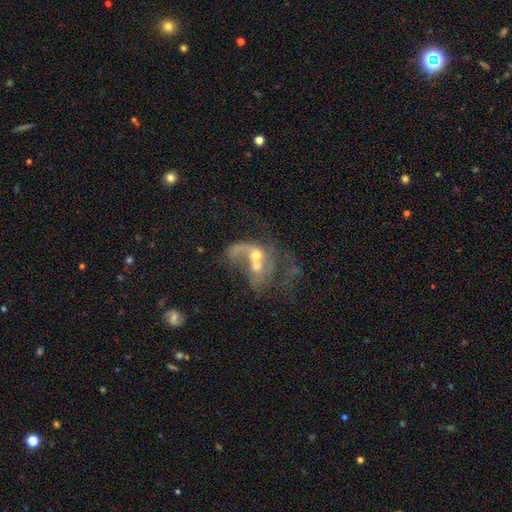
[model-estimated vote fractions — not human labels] Q: Smooth or featured?
A: featured or disk (66%); runner-up: smooth (24%)
Q: Edge-on disk?
A: no (97%); runner-up: yes (3%)
Q: Bar?
A: no (74%); runner-up: weak (21%)
Q: Spiral arms?
A: yes (61%); runner-up: no (39%)
Q: Bulge size?
A: moderate (58%); runner-up: small (23%)
Q: Merging?
A: merger (68%); runner-up: major disturbance (16%)